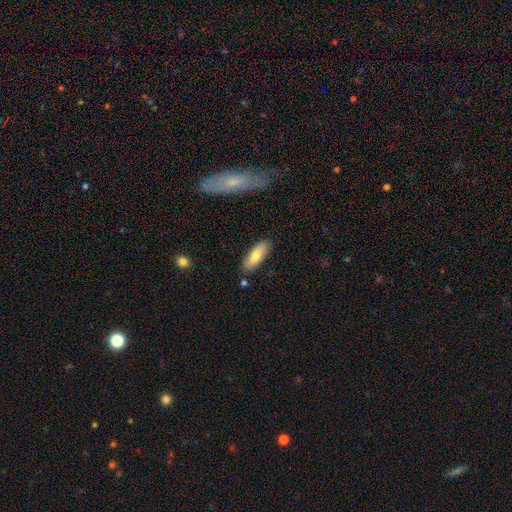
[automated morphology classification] smooth-or-featured: smooth: 74% | featured or disk: 20% | star or artifact: 6%
  how-rounded: in between: 66% | cigar-shaped: 32% | round: 2%
  merging: none: 85% | minor disturbance: 10% | merger: 3% | major disturbance: 2%